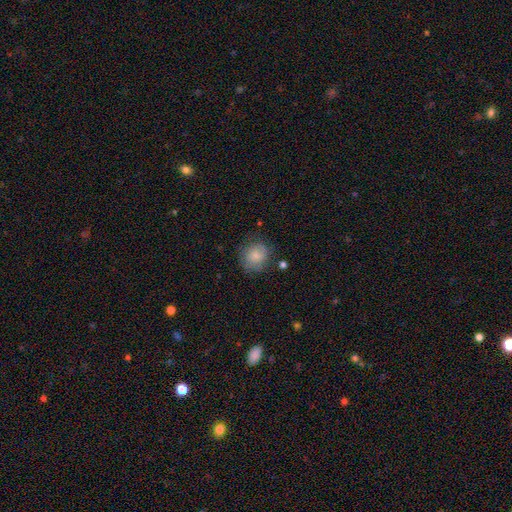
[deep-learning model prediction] Smooth or featured: smooth — 81% (featured or disk — 11%)
How rounded: round — 83% (in between — 16%)
Merging: none — 73% (minor disturbance — 19%)